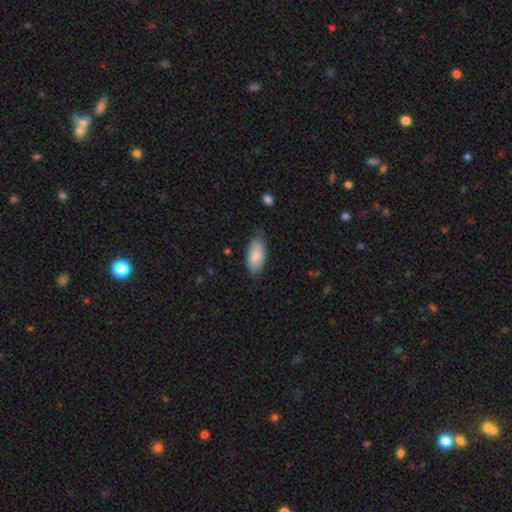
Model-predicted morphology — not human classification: Smooth or featured? smooth (83%)
How rounded? in between (88%)
Merging? none (72%)